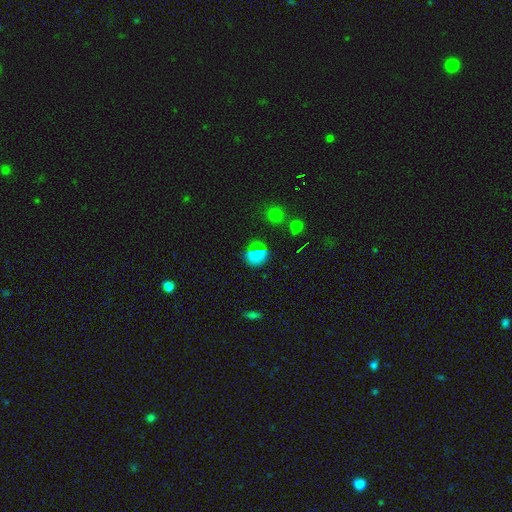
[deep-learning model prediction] This appears to be a smooth galaxy with no disk features (69%) that is round (85%). Merging: none (86%).